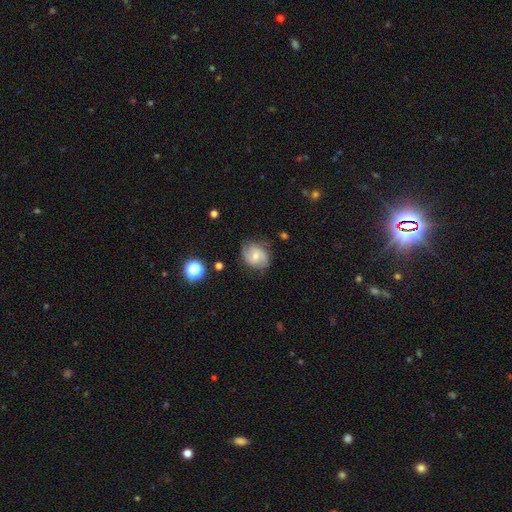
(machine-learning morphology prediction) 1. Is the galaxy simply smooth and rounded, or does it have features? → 56% featured or disk, 36% smooth, 9% star or artifact.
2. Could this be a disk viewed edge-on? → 97% no, 3% yes.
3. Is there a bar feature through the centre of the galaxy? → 57% no, 35% weak, 8% strong.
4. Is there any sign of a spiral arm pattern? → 85% yes, 15% no.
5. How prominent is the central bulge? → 51% moderate, 43% small, 2% large, 2% none, 1% dominant.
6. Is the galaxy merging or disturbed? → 71% none, 21% minor disturbance, 7% major disturbance, 1% merger.